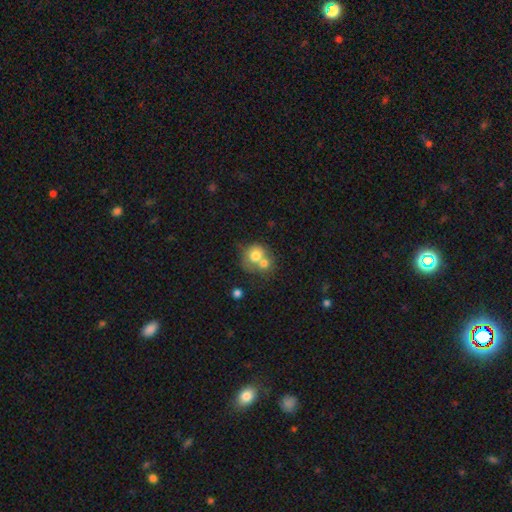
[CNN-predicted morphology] Q: Smooth or featured?
A: smooth (70%); runner-up: featured or disk (21%)
Q: How rounded?
A: round (75%); runner-up: in between (25%)
Q: Merging?
A: merger (63%); runner-up: none (23%)